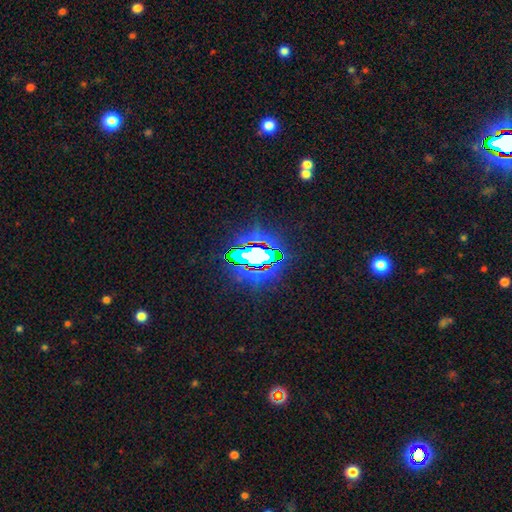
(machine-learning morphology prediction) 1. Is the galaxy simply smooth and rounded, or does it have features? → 82% star or artifact, 9% smooth, 8% featured or disk.